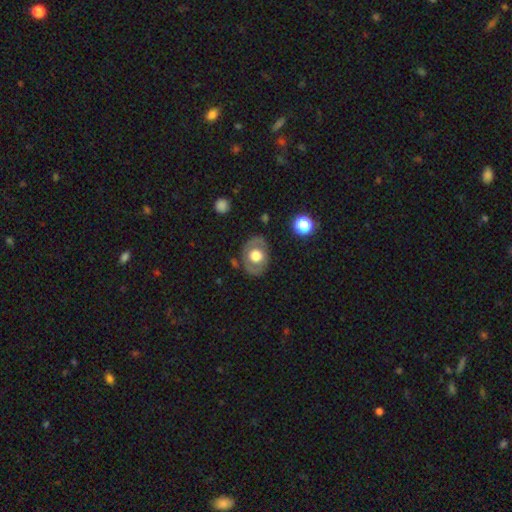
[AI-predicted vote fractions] smooth_or_featured: featured or disk (p=0.47) [alt: smooth p=0.46]
merging: none (p=0.78) [alt: minor disturbance p=0.15]